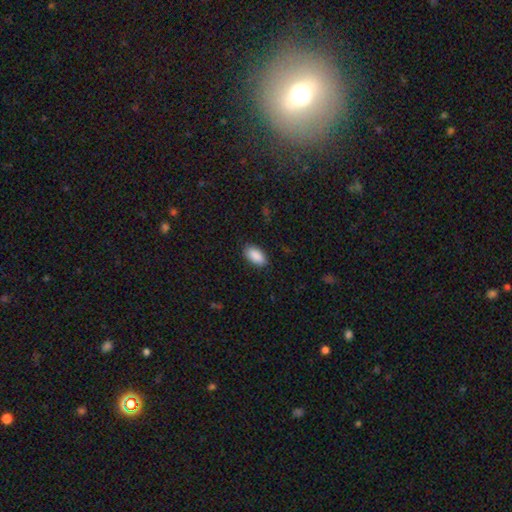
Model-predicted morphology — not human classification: Overall: smooth (90%). How rounded: in between (94%). Merging: none (87%).